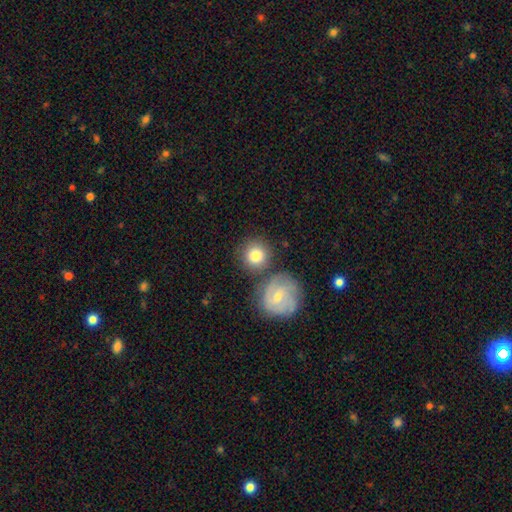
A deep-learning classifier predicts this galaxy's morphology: A smooth galaxy with no disk features (77%) that is round (91%).

Vote fractions:
- Smooth or featured? smooth: 77% / featured or disk: 16% / star or artifact: 7%
- How rounded? round: 91% / in between: 8% / cigar-shaped: 1%
- Merging? none: 68% / merger: 17% / minor disturbance: 11% / major disturbance: 4%